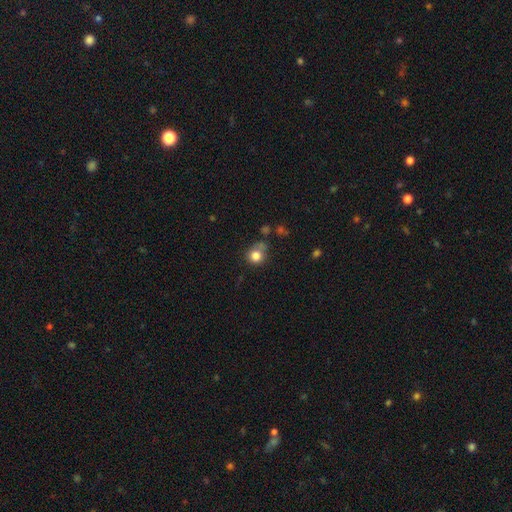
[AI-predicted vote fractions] A smooth galaxy with no disk features (81%) that is round (86%). Merging: none (58%).